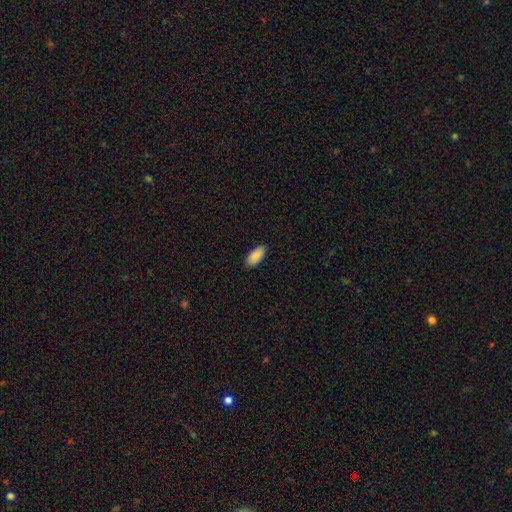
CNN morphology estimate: A smooth galaxy with no disk features (89%) that is in between round and cigar-shaped (89%).

Vote fractions:
- Smooth or featured? smooth: 89% / star or artifact: 6% / featured or disk: 5%
- How rounded? in between: 89% / cigar-shaped: 9% / round: 2%
- Merging? none: 88% / minor disturbance: 9% / major disturbance: 2% / merger: 1%